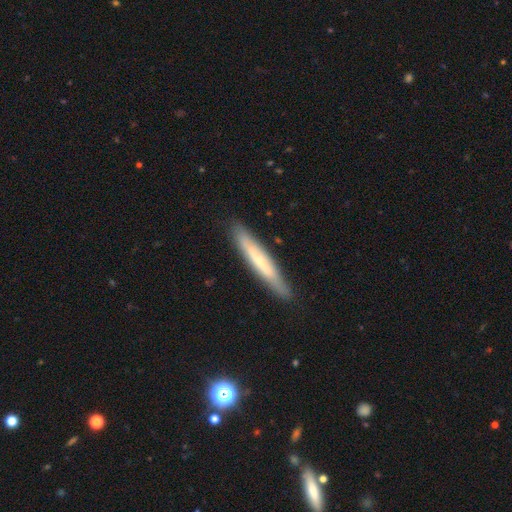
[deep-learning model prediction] smooth_or_featured: smooth (p=0.50) [alt: featured or disk p=0.43]
how_rounded: cigar-shaped (p=0.94) [alt: in between p=0.05]
merging: none (p=0.87) [alt: minor disturbance p=0.10]